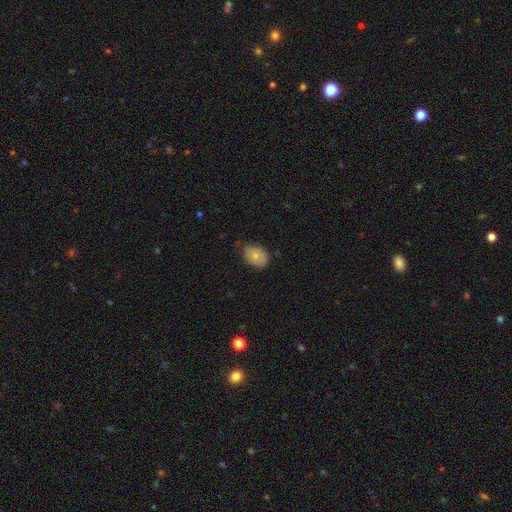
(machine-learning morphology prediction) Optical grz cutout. It shows a smooth galaxy with no disk features (74%) that is in between round and cigar-shaped (70%). Merging: none (70%).